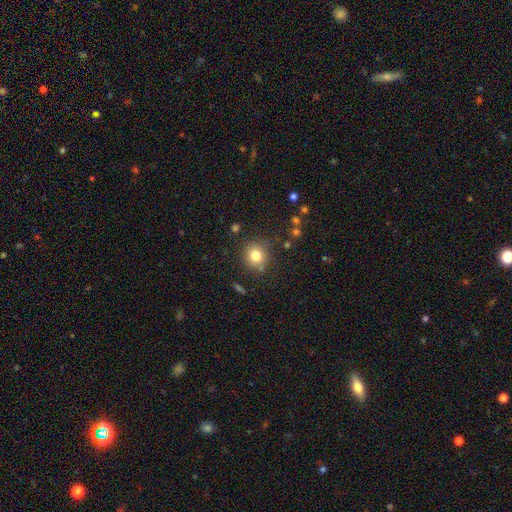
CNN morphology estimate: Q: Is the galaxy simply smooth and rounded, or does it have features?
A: smooth — 80%.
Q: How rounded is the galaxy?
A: round — 87%.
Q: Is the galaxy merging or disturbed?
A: none — 82%.